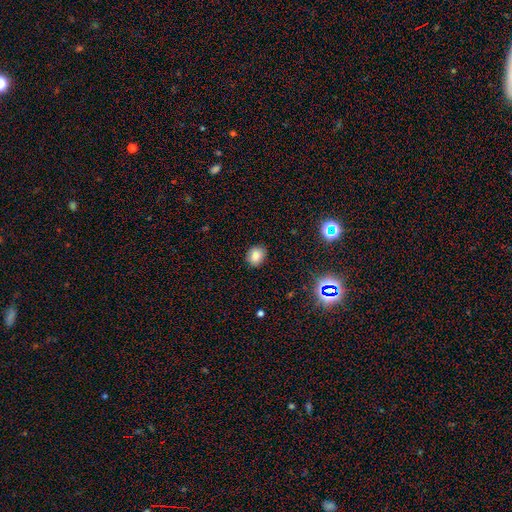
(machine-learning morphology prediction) A smooth galaxy with no disk features (80%) that is round (63%). Merging: none (87%).